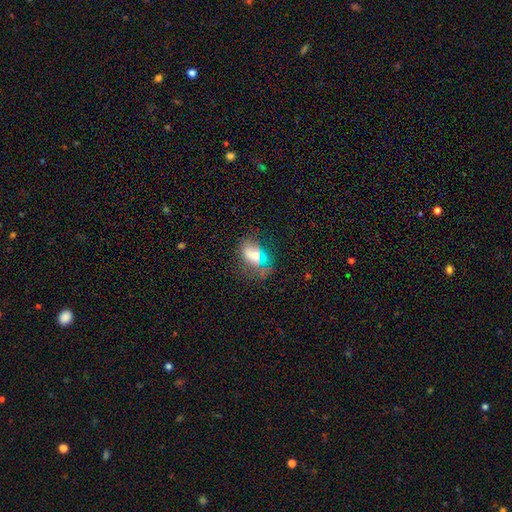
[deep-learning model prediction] smooth 57%, featured or disk 25%, star or artifact 18%. Down the decision tree: how rounded — in between (77%); merging — none (54%).